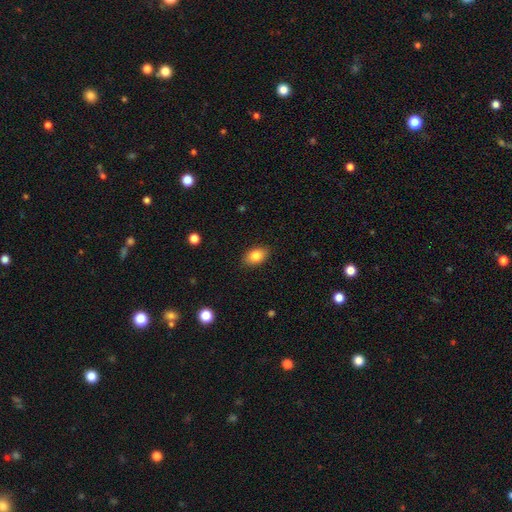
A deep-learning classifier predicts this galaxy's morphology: This appears to be a smooth galaxy with no disk features (85%) that is in between round and cigar-shaped (87%). Merging: none (87%).